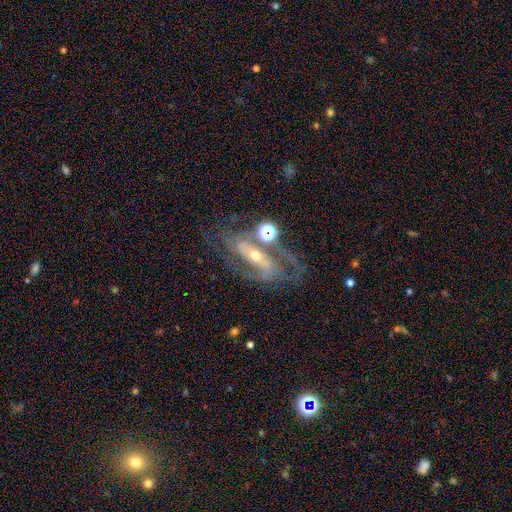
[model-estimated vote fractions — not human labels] Morphology: type=featured or disk (81%); edge-on=no (90%); bar=strong (45%); spiral arms=yes (88%); winding=medium (44%); arm count=2 (65%); bulge=small (54%); merging=none (55%).